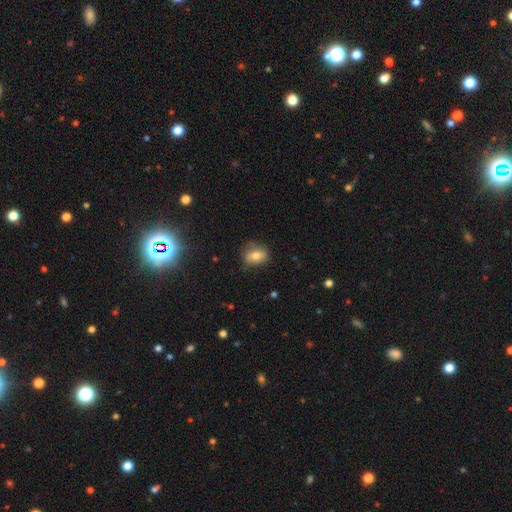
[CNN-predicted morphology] A smooth galaxy with no disk features (70%) that is in between round and cigar-shaped (60%).

Vote fractions:
- Smooth or featured? smooth: 70% / featured or disk: 20% / star or artifact: 10%
- How rounded? in between: 60% / round: 38% / cigar-shaped: 2%
- Merging? none: 75% / minor disturbance: 19% / major disturbance: 4% / merger: 2%